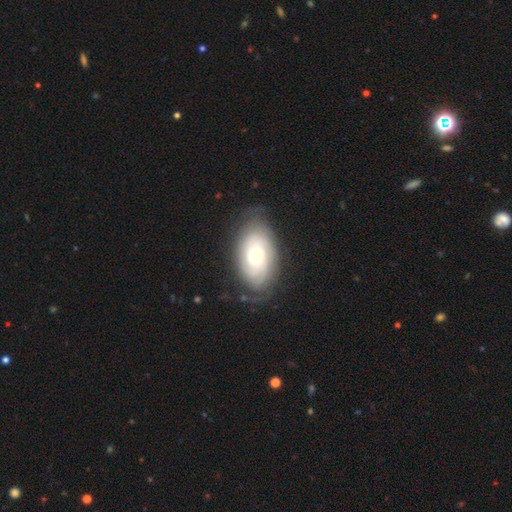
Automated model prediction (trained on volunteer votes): smooth-or-featured: featured or disk: 68% | smooth: 26% | star or artifact: 6%
  disk-edge-on: no: 94% | yes: 6%
    bar: no: 69% | weak: 26% | strong: 6%
    has-spiral-arms: yes: 89% | no: 11%
      spiral-winding: tight: 73% | medium: 20% | loose: 6%
      spiral-arm-count: can't tell: 52% | 2: 20% | 3: 12% | 4: 7% | more than 4: 4% | 1: 4%
    bulge-size: moderate: 61% | small: 30% | large: 7% | dominant: 1% | none: 1%
  merging: none: 72% | minor disturbance: 20% | major disturbance: 7% | merger: 1%